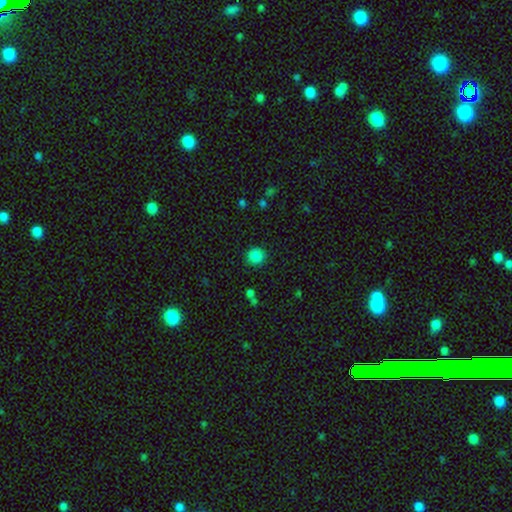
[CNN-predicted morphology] This is clearly a smooth galaxy (86%). How rounded: clearly round (92%). Merging: clearly none (90%).